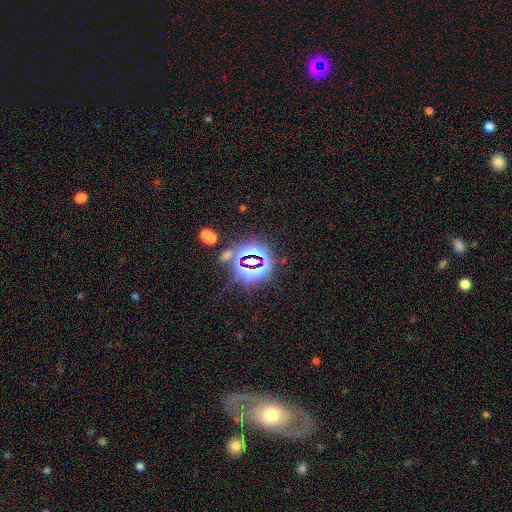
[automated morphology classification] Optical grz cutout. It shows a star or artifact, not a galaxy (76%).